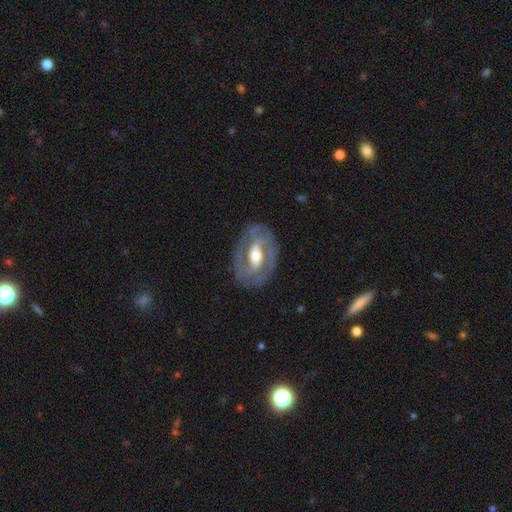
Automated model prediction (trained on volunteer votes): A featured or disk galaxy (81%) with a strong bar (45%), 2 (81%) tight (44%) spiral arms (78%) and a moderate central bulge (66%). Merging: none (80%).